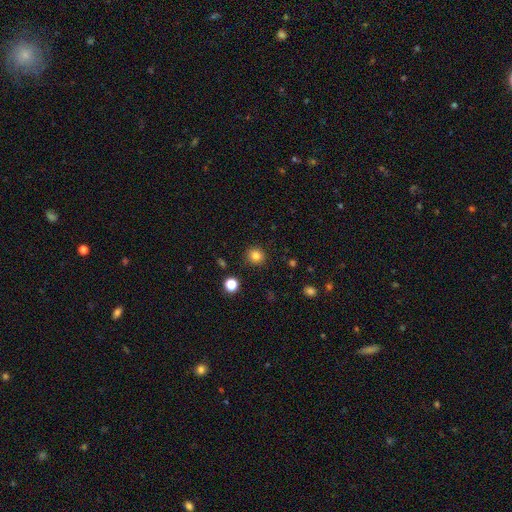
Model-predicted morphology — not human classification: Overall: smooth (83%). How rounded: round (91%). Merging: none (90%).